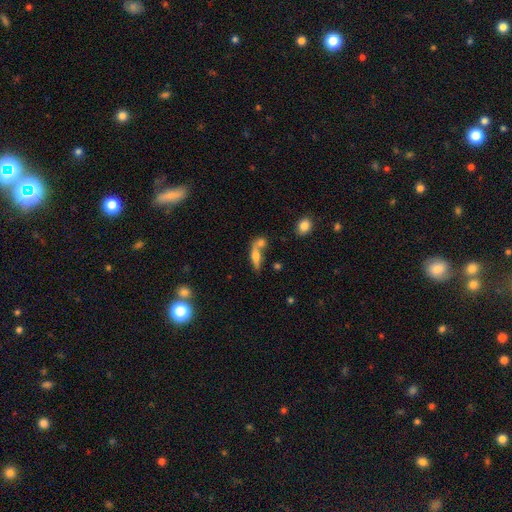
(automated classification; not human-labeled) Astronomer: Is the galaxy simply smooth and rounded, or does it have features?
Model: smooth — 58%.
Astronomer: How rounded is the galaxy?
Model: in between — 49% (runner-up: cigar-shaped, 43%).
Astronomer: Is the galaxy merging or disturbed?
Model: merger — 43% (runner-up: none, 38%).